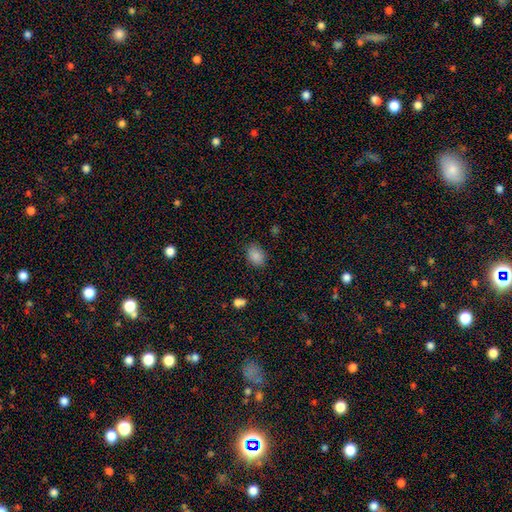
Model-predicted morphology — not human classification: Q: Smooth or featured?
A: smooth (87%); runner-up: star or artifact (9%)
Q: How rounded?
A: in between (71%); runner-up: round (28%)
Q: Merging?
A: none (82%); runner-up: minor disturbance (13%)